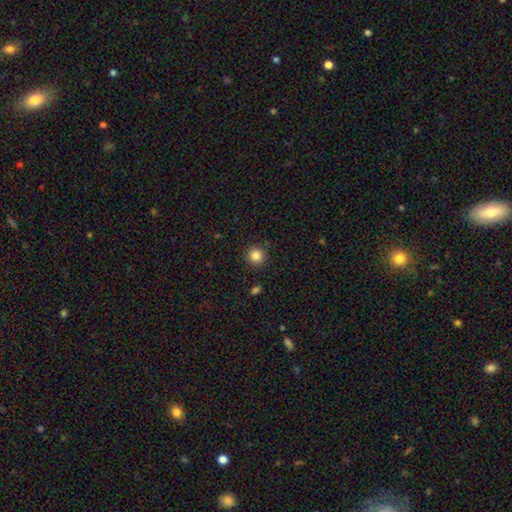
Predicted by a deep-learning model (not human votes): Smooth or featured? Predicted: smooth (p=0.85). How rounded? Predicted: round (p=0.94). Merging? Predicted: none (p=0.91).